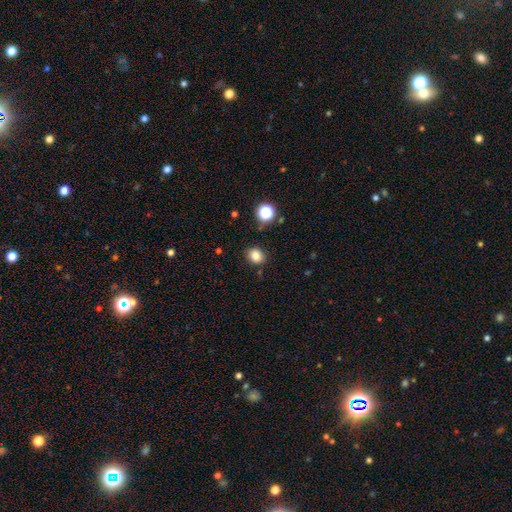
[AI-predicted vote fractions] smooth 83%, star or artifact 13%, featured or disk 5%. Down the decision tree: how rounded — round (63%); merging — none (83%).